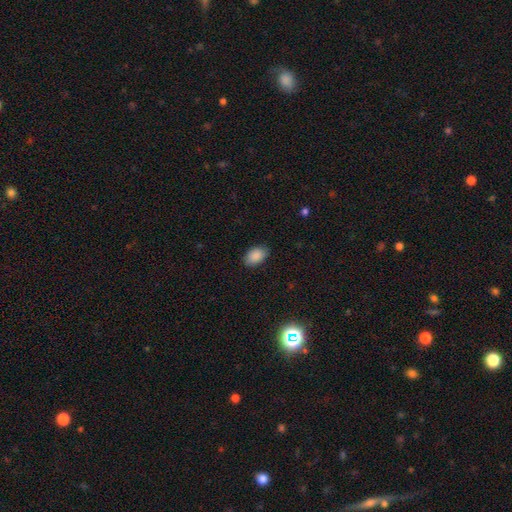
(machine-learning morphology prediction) smooth 89%, star or artifact 7%, featured or disk 4%. Down the decision tree: how rounded — in between (91%); merging — none (86%).